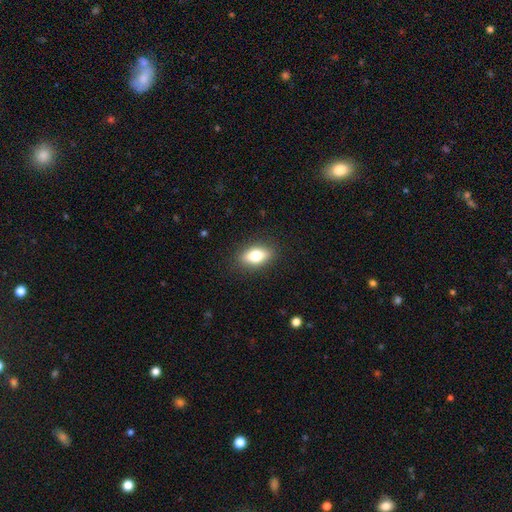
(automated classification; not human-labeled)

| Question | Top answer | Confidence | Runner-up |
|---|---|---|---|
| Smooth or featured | smooth | 75% | featured or disk (17%) |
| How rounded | in between | 82% | cigar-shaped (10%) |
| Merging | none | 87% | minor disturbance (10%) |